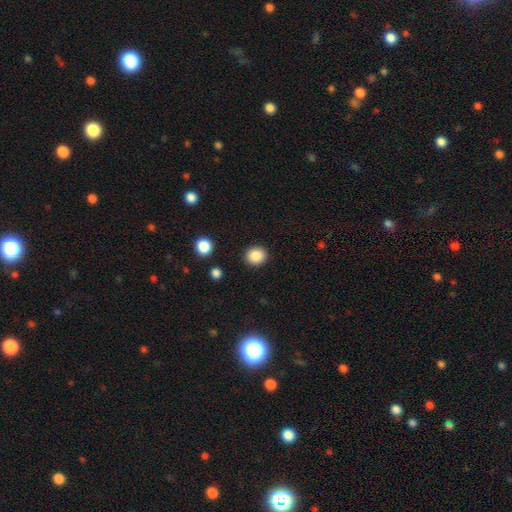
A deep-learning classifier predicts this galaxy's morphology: Smooth or featured?
  - smooth: 87% *
  - star or artifact: 9%
  - featured or disk: 4%
How rounded?
  - round: 83% *
  - in between: 16%
  - cigar-shaped: 1%
Merging?
  - none: 90% *
  - minor disturbance: 6%
  - major disturbance: 2%
  - merger: 2%